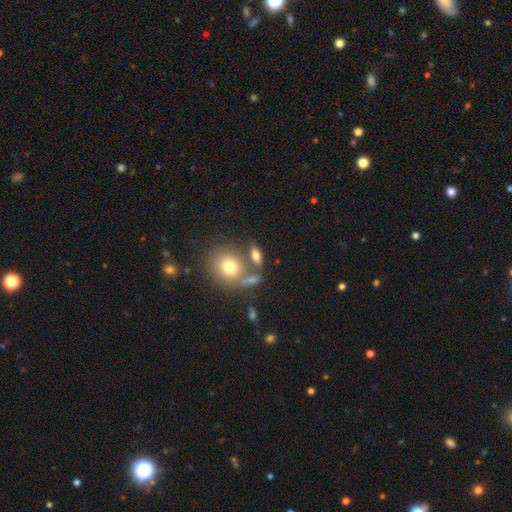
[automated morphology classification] This appears to be a smooth galaxy with no disk features (71%) that is in between round and cigar-shaped (67%). Merging: none (60%).